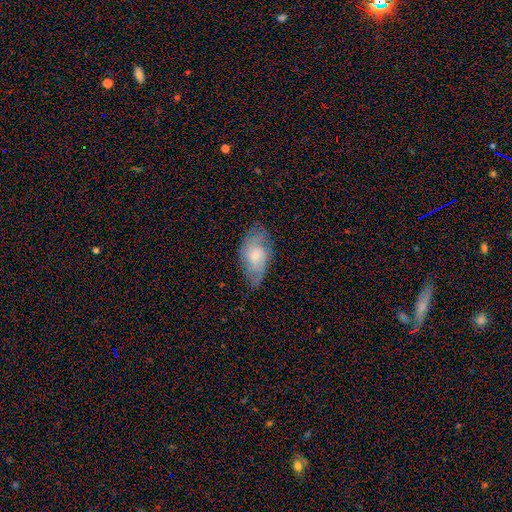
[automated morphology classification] Overall: smooth (50%; featured or disk 42%). How rounded: in between (90%). Merging: none (62%; minor disturbance 27%).